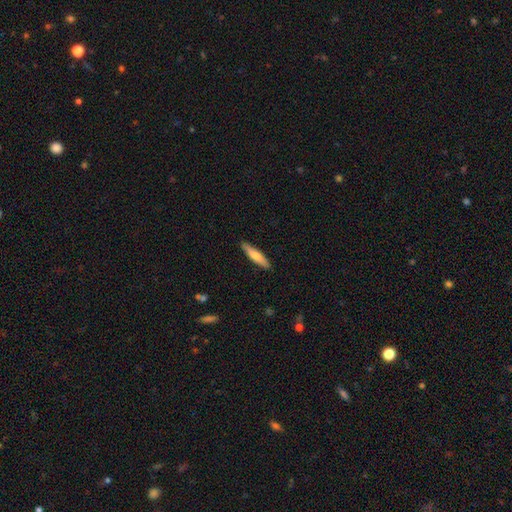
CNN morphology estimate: This is likely a smooth galaxy (69%). How rounded: clearly cigar-shaped (85%). Merging: clearly none (89%).